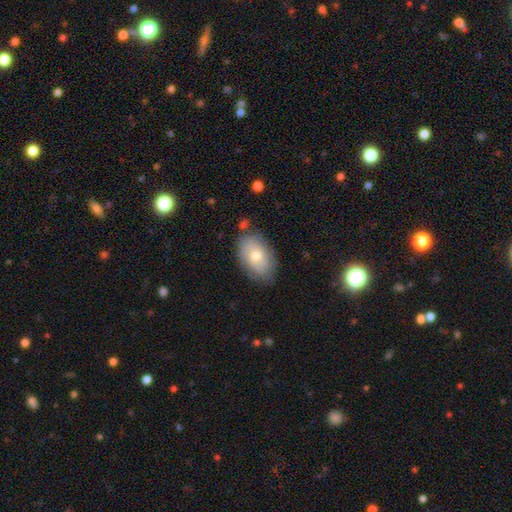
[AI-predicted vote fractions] Smooth or featured: smooth — 67% (featured or disk — 25%)
How rounded: in between — 91% (round — 7%)
Merging: none — 78% (minor disturbance — 16%)